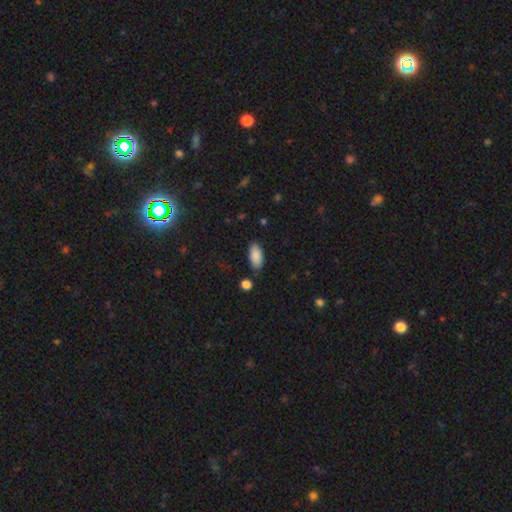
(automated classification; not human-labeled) Smooth or featured?
  - smooth: 89% *
  - star or artifact: 7%
  - featured or disk: 5%
How rounded?
  - in between: 91% *
  - cigar-shaped: 7%
  - round: 2%
Merging?
  - none: 83% *
  - minor disturbance: 11%
  - merger: 3%
  - major disturbance: 3%